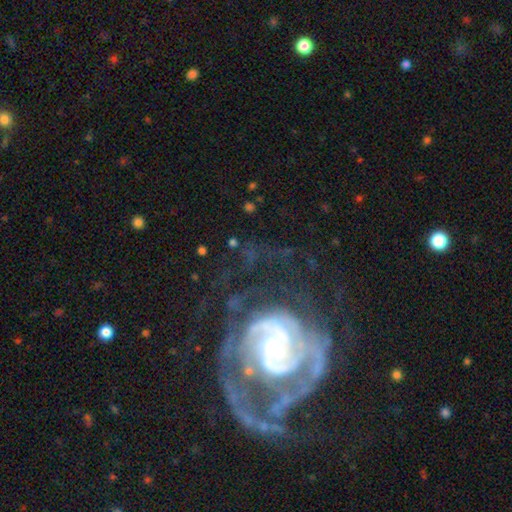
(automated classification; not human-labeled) Smooth or featured? Predicted: featured or disk (p=0.87). Edge-on disk? Predicted: no (p=0.98). Bar? Predicted: no (p=0.62). Spiral arms? Predicted: yes (p=0.93). Spiral winding? Predicted: tight (p=0.60). Spiral arm count? Predicted: 2 (p=0.37). Bulge size? Predicted: small (p=0.65). Merging? Predicted: none (p=0.40).